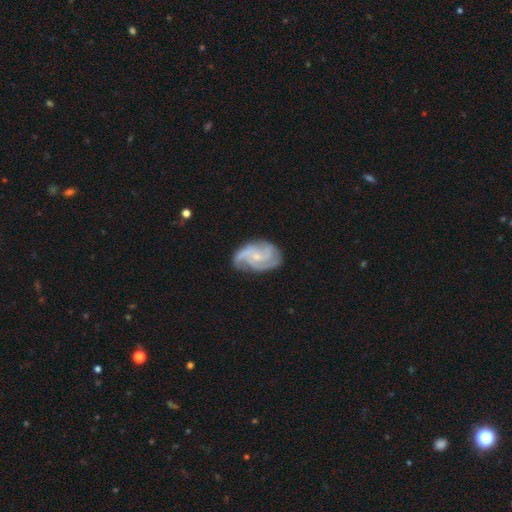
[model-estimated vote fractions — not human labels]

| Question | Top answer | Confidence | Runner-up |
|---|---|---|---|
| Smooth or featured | featured or disk | 88% | smooth (7%) |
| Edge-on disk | no | 98% | yes (2%) |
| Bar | no | 63% | weak (31%) |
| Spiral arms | yes | 98% | no (2%) |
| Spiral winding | medium | 49% | tight (38%) |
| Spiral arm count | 3 | 55% | 2 (17%) |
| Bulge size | small | 69% | moderate (25%) |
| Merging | none | 70% | minor disturbance (21%) |